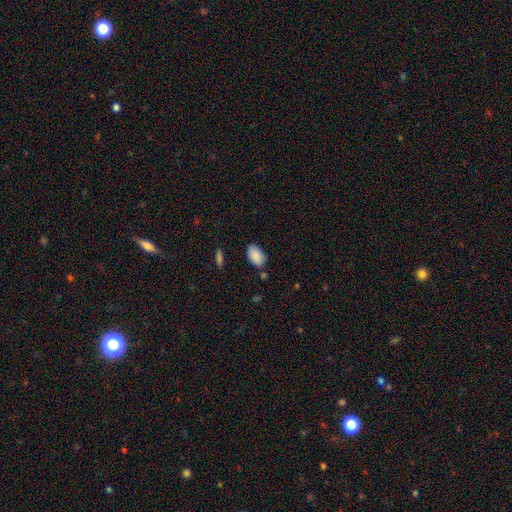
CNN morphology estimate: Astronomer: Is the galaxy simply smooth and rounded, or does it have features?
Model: smooth — 88%.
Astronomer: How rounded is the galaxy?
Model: in between — 92%.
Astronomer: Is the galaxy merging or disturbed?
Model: none — 76%.